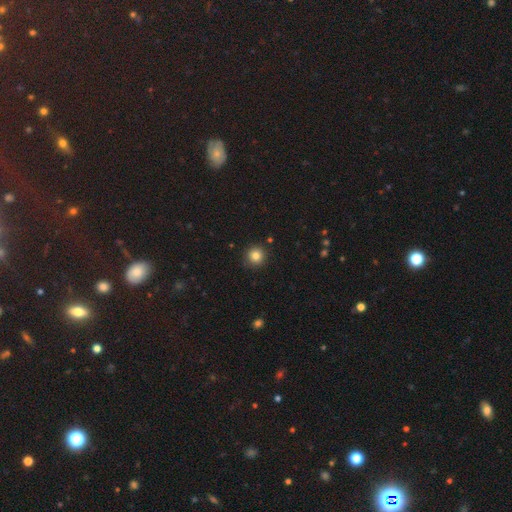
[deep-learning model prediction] A smooth galaxy with no disk features (82%) that is round (95%).

Vote fractions:
- Smooth or featured? smooth: 82% / star or artifact: 12% / featured or disk: 6%
- How rounded? round: 95% / in between: 4% / cigar-shaped: 1%
- Merging? none: 91% / minor disturbance: 6% / major disturbance: 2% / merger: 1%